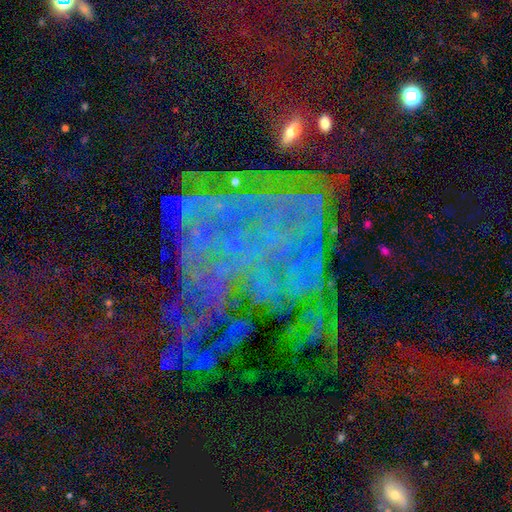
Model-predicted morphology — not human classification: type=star or artifact (49%).